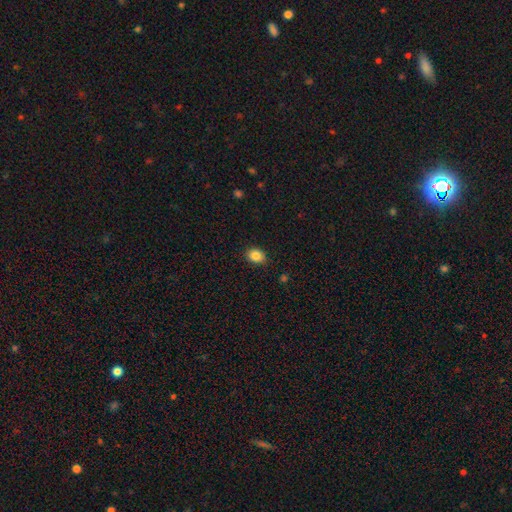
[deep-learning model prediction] The model was most divided on "how rounded": in between: 55%, round: 44%, cigar-shaped: 1%. More confident: merging — none (86%); smooth or featured — smooth (86%).